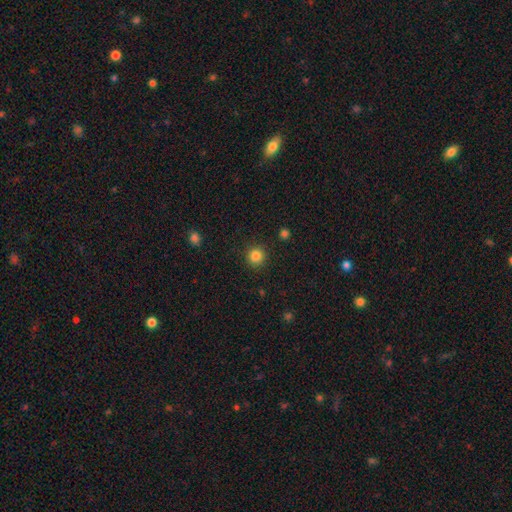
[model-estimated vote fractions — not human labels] Overall: smooth (84%). How rounded: round (94%). Merging: none (91%).